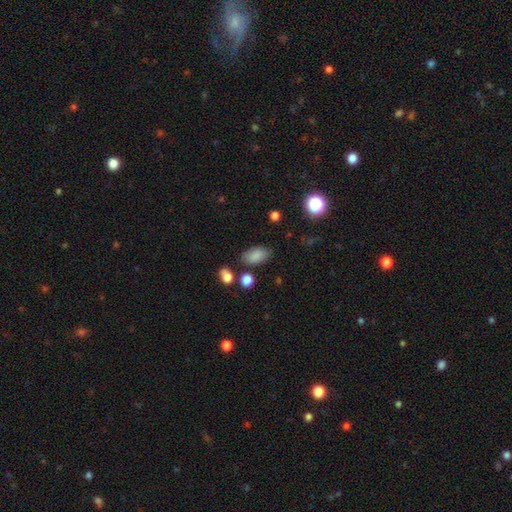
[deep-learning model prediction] The model was most divided on "merging": none: 77%, minor disturbance: 15%, merger: 4%, major disturbance: 4%. More confident: how rounded — in between (92%); smooth or featured — smooth (84%).